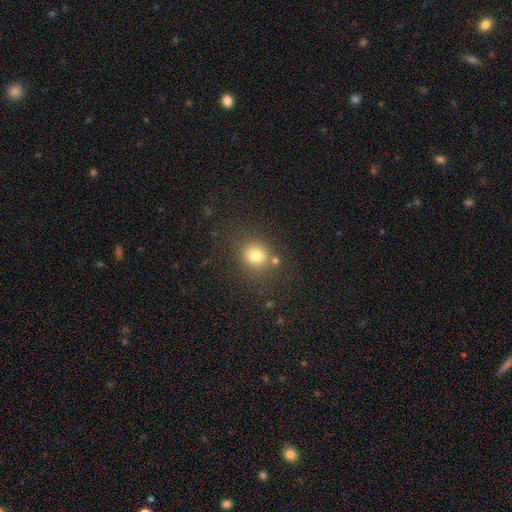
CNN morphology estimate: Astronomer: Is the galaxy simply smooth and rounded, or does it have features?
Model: smooth — 78%.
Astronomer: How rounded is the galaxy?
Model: round — 77%.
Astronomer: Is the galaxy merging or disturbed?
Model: none — 75%.